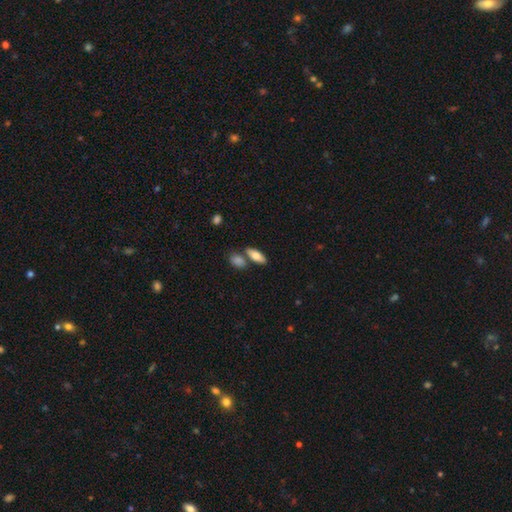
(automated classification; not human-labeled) The model was most divided on "merging": none: 67%, merger: 19%, minor disturbance: 10%, major disturbance: 3%. More confident: how rounded — in between (75%); smooth or featured — smooth (75%).